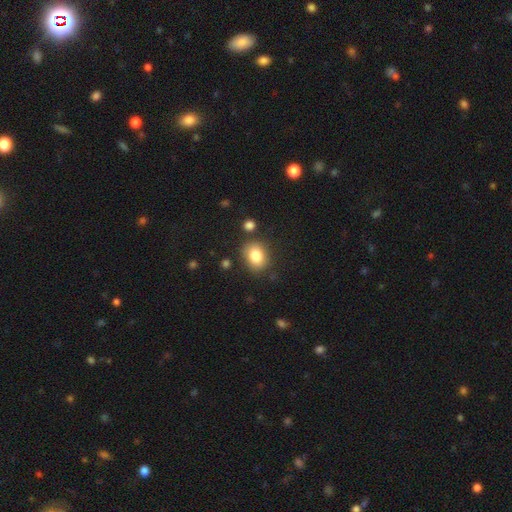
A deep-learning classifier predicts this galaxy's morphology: This appears to be a smooth galaxy with no disk features (83%) that is in between round and cigar-shaped (59%). Merging: none (80%).